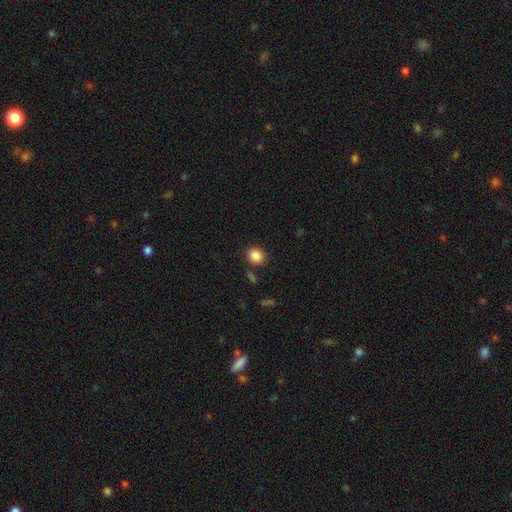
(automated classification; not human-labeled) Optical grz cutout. It shows a smooth galaxy with no disk features (86%) that is round (78%). Merging: none (84%).